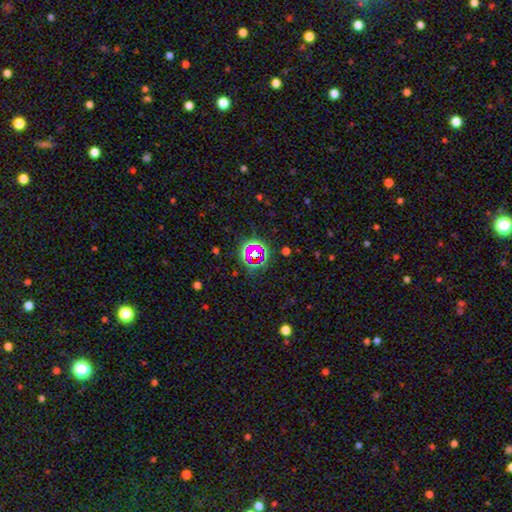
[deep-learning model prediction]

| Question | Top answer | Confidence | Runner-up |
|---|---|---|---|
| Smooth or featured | star or artifact | 58% | smooth (27%) |